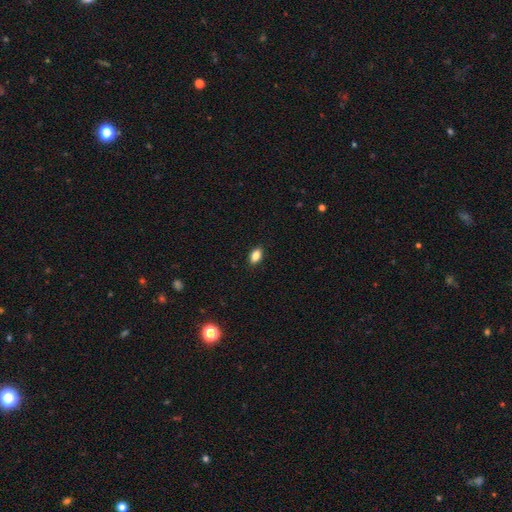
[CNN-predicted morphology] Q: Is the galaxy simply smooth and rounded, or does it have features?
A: smooth — 85%.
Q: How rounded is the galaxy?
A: in between — 89%.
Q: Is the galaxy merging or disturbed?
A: none — 89%.